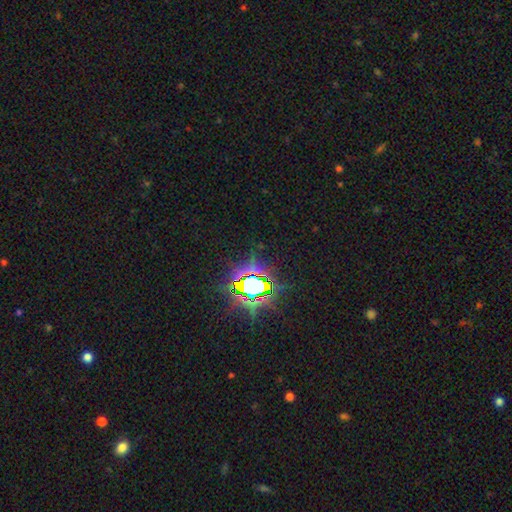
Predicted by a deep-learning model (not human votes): Smooth or featured? star or artifact (83%)